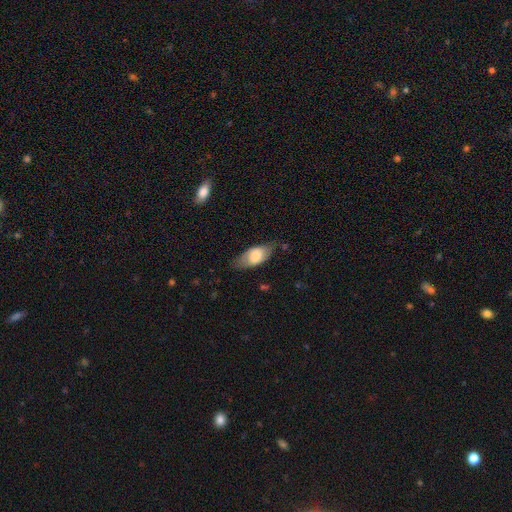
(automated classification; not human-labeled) smooth_or_featured: smooth (p=0.66) [alt: featured or disk p=0.28]
how_rounded: in between (p=0.88) [alt: cigar-shaped p=0.08]
merging: none (p=0.67) [alt: minor disturbance p=0.24]